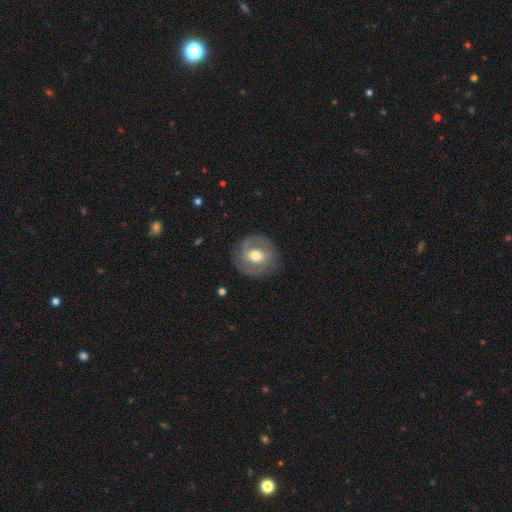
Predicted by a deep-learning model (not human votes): A featured or disk galaxy (74%) with a weak bar (46%), 2 (81%) medium (43%) spiral arms (84%) and a moderate central bulge (73%). Merging: none (82%).